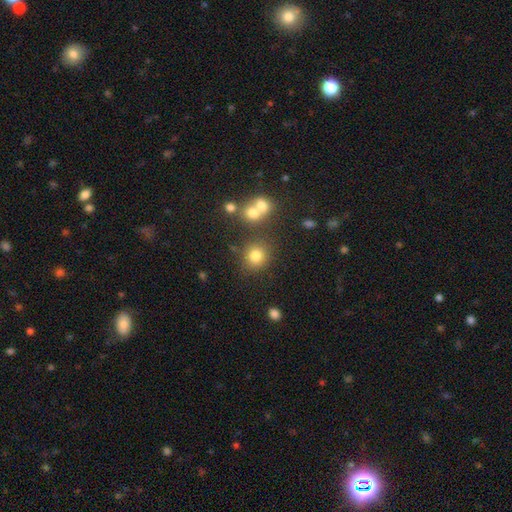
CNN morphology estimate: This appears to be a smooth galaxy with no disk features (78%) that is round (85%). Merging: none (74%).